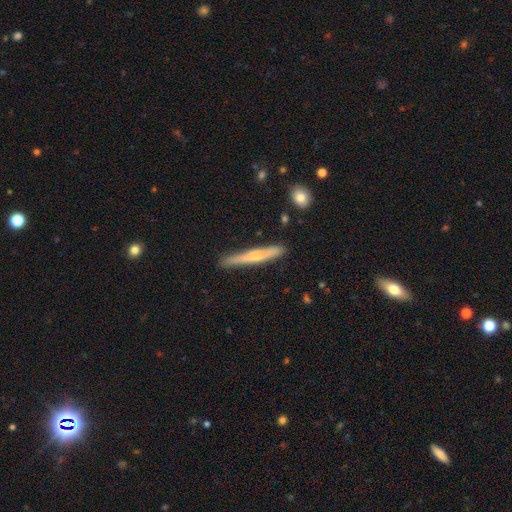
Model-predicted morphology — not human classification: type=featured or disk (49%); merging=none (86%).